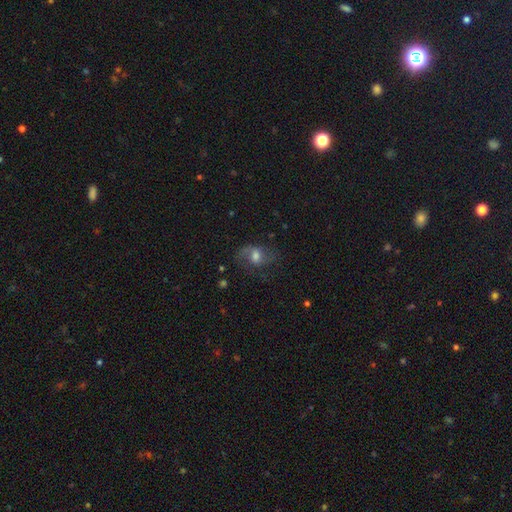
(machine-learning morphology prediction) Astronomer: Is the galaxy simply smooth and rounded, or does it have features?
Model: featured or disk — 54% (runner-up: smooth, 35%).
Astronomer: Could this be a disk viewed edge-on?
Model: no — 95%.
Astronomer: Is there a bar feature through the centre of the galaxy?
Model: weak — 48% (runner-up: no, 38%).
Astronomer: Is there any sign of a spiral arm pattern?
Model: yes — 80%.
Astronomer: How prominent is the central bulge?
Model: moderate — 56%.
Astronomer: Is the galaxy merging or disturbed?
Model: none — 58%.